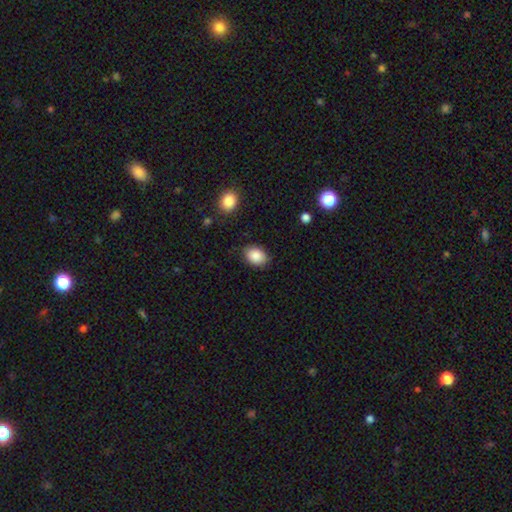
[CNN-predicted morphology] Smooth or featured?
  - smooth: 88% *
  - star or artifact: 8%
  - featured or disk: 5%
How rounded?
  - in between: 73% *
  - round: 26%
  - cigar-shaped: 1%
Merging?
  - none: 83% *
  - minor disturbance: 13%
  - major disturbance: 3%
  - merger: 1%